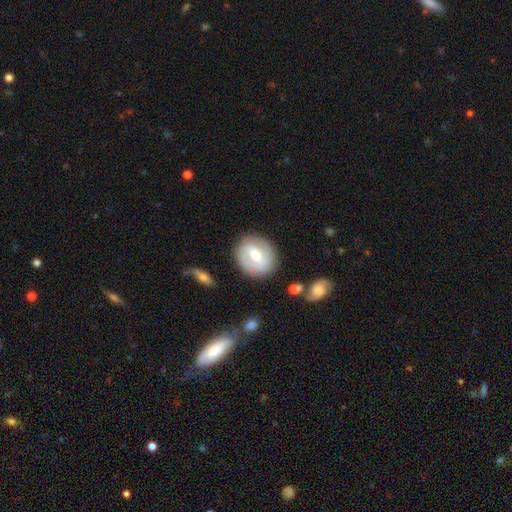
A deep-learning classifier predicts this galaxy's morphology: smooth_or_featured: featured or disk (p=0.50) [alt: smooth p=0.43]
disk_edge_on: no (p=0.93) [alt: yes p=0.07]
merging: none (p=0.81) [alt: minor disturbance p=0.12]